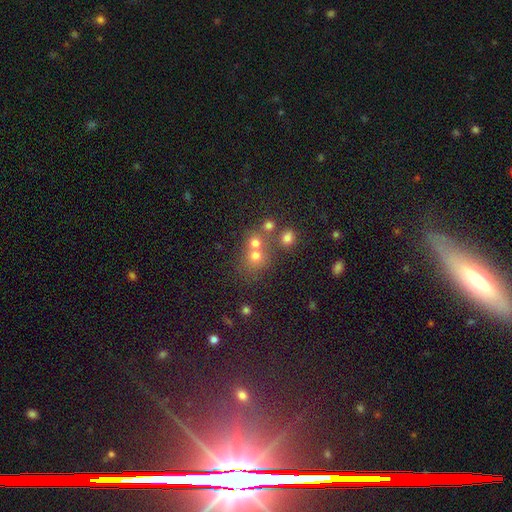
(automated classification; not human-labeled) smooth 65%, star or artifact 22%, featured or disk 13%. Down the decision tree: how rounded — round (81%); merging — none (47%).